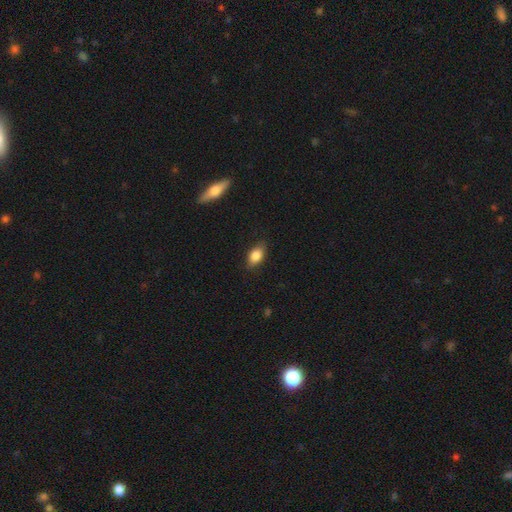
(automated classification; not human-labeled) Q: Smooth or featured?
A: smooth (83%); runner-up: featured or disk (9%)
Q: How rounded?
A: in between (86%); runner-up: round (9%)
Q: Merging?
A: none (82%); runner-up: minor disturbance (14%)